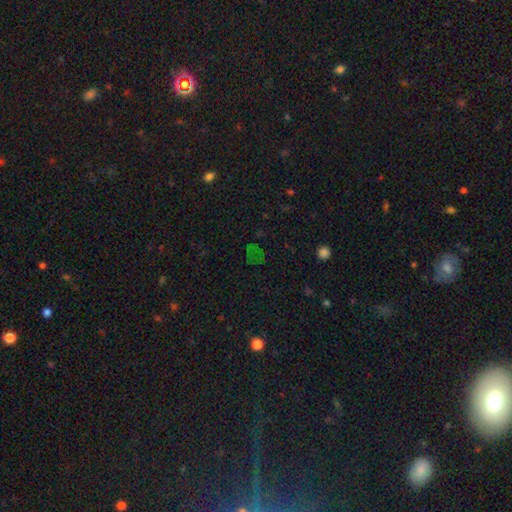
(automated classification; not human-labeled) This is likely a star or artifact rather than a galaxy (62%).